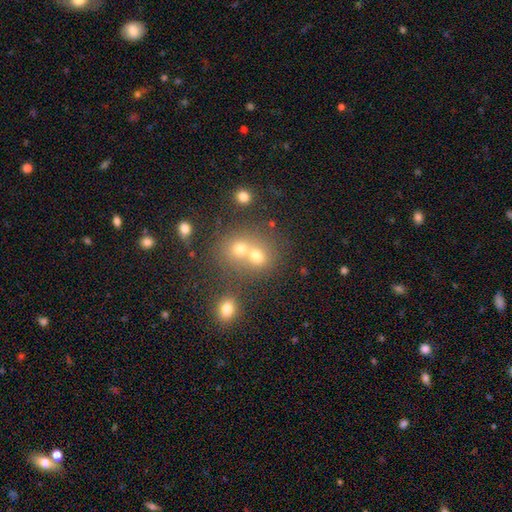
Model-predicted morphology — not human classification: A smooth galaxy with no disk features (68%) that is round (72%).

Vote fractions:
- Smooth or featured? smooth: 68% / star or artifact: 18% / featured or disk: 14%
- How rounded? round: 72% / in between: 27% / cigar-shaped: 1%
- Merging? merger: 52% / none: 38% / minor disturbance: 6% / major disturbance: 4%